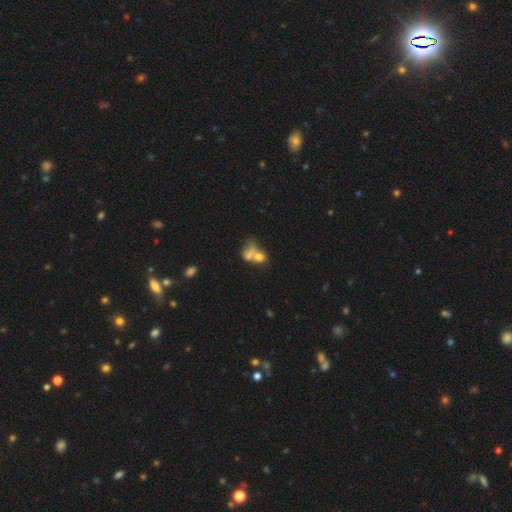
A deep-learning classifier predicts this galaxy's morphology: Smooth or featured? Predicted: smooth (p=0.66). How rounded? Predicted: in between (p=0.59). Merging? Predicted: merger (p=0.62).